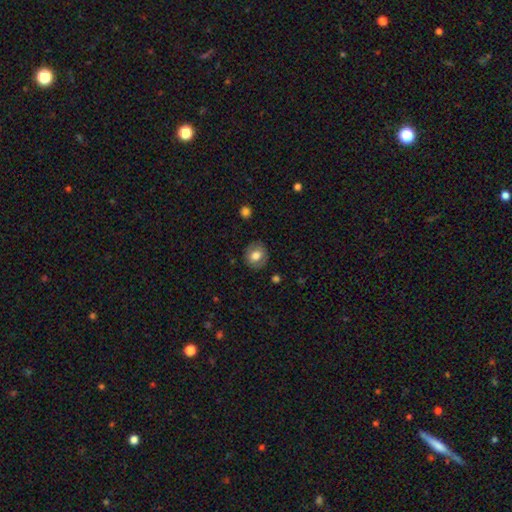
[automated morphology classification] Smooth or featured? Predicted: smooth (p=0.74). How rounded? Predicted: round (p=0.78). Merging? Predicted: none (p=0.86).